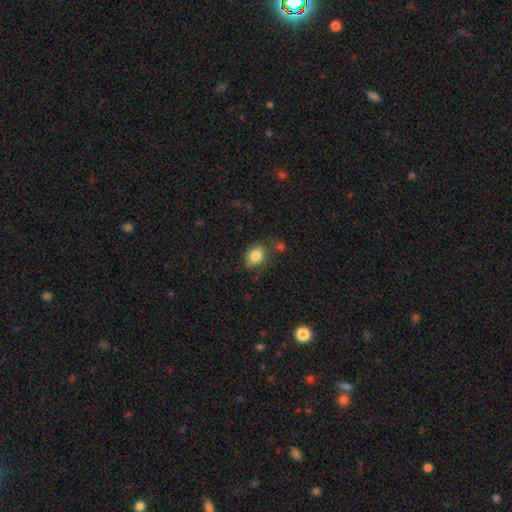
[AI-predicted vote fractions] smooth-or-featured: smooth: 84% | star or artifact: 9% | featured or disk: 7%
  how-rounded: in between: 58% | round: 41% | cigar-shaped: 1%
  merging: none: 63% | minor disturbance: 23% | major disturbance: 7% | merger: 7%